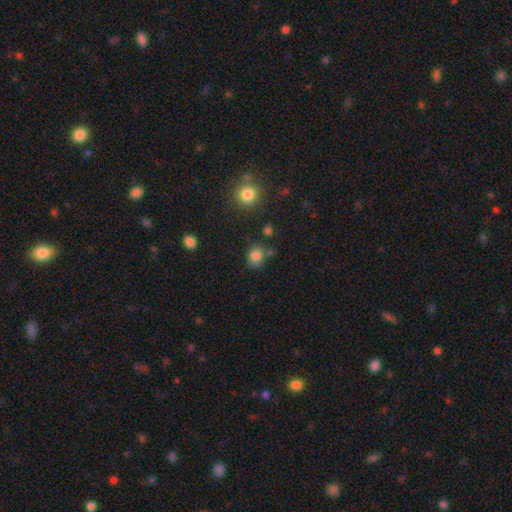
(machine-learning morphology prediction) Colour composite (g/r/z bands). It shows a smooth galaxy with no disk features (82%) that is round (69%). Merging: none (74%).